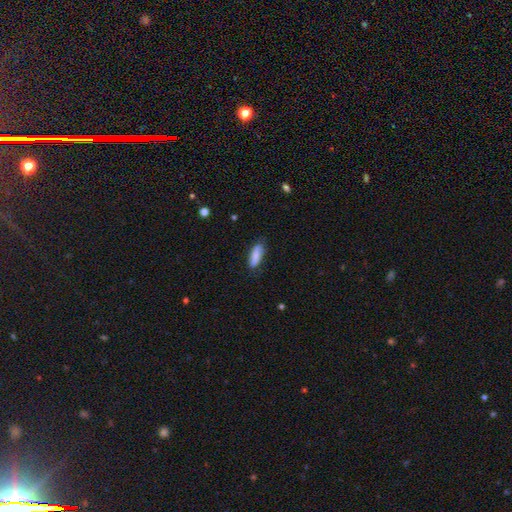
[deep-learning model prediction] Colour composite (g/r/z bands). It shows a smooth galaxy with no disk features (83%) that is in between round and cigar-shaped (62%). Merging: none (77%).